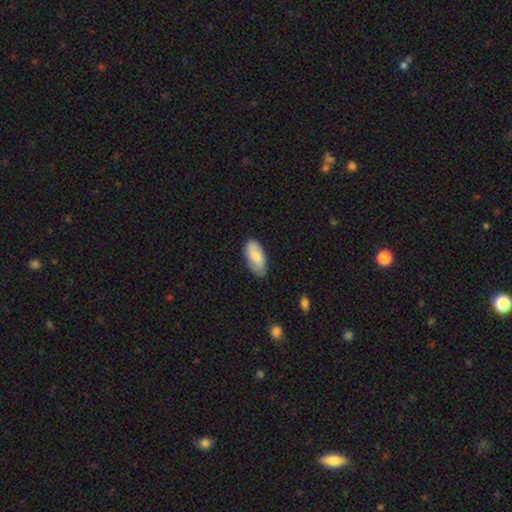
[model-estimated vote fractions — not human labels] Morphology: type=smooth (71%); roundness=in between (91%); merging=none (77%).